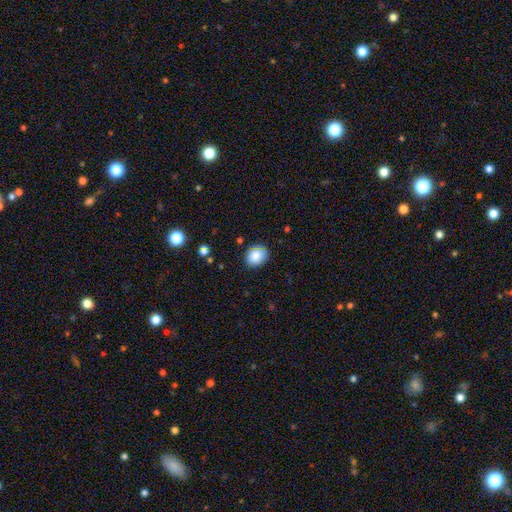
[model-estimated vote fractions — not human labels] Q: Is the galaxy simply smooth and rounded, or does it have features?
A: smooth — 83%.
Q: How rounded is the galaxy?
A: round — 64%.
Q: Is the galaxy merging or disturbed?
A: none — 83%.